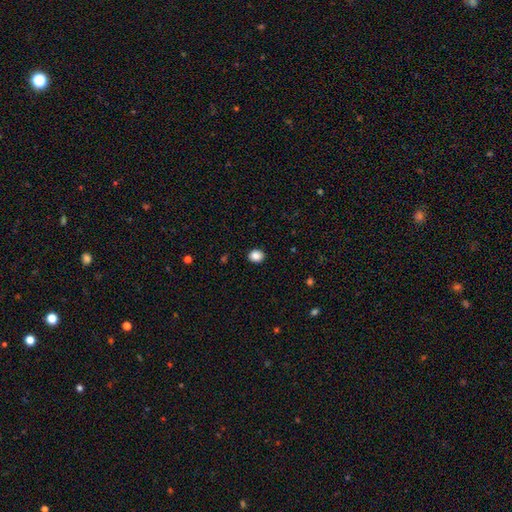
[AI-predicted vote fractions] A smooth galaxy with no disk features (87%) that is round (62%).

Vote fractions:
- Smooth or featured? smooth: 87% / star or artifact: 9% / featured or disk: 3%
- How rounded? round: 62% / in between: 37% / cigar-shaped: 1%
- Merging? none: 91% / minor disturbance: 6% / major disturbance: 2% / merger: 1%